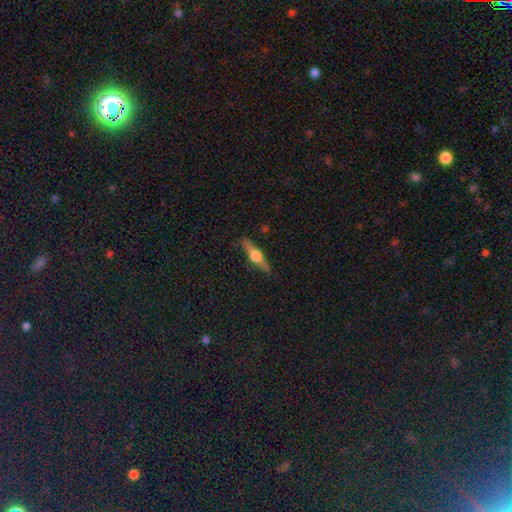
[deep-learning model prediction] Smooth or featured? Predicted: featured or disk (p=0.61). Edge-on disk? Predicted: yes (p=0.95). Edge-on bulge? Predicted: rounded (p=0.93). Merging? Predicted: none (p=0.85).